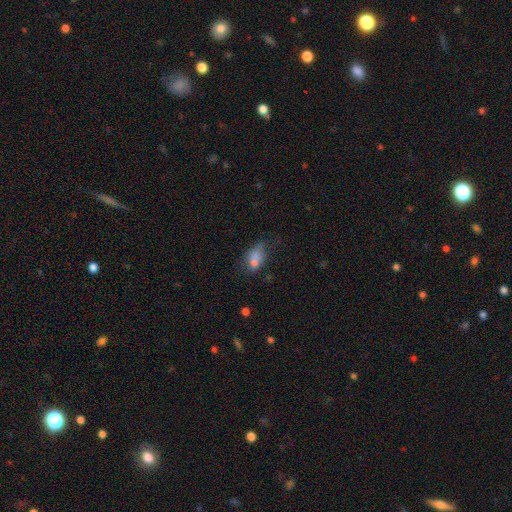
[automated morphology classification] Q: Smooth or featured?
A: smooth (69%); runner-up: featured or disk (17%)
Q: How rounded?
A: in between (81%); runner-up: round (15%)
Q: Merging?
A: none (35%); runner-up: minor disturbance (31%)